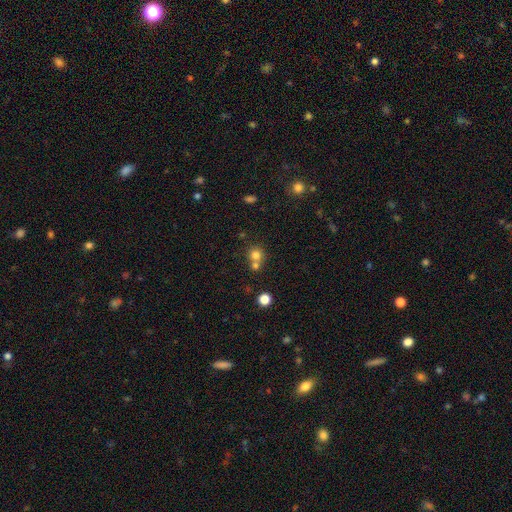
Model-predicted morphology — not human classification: smooth_or_featured: smooth (p=0.76) [alt: star or artifact p=0.14]
how_rounded: round (p=0.88) [alt: in between p=0.11]
merging: none (p=0.49) [alt: merger p=0.42]